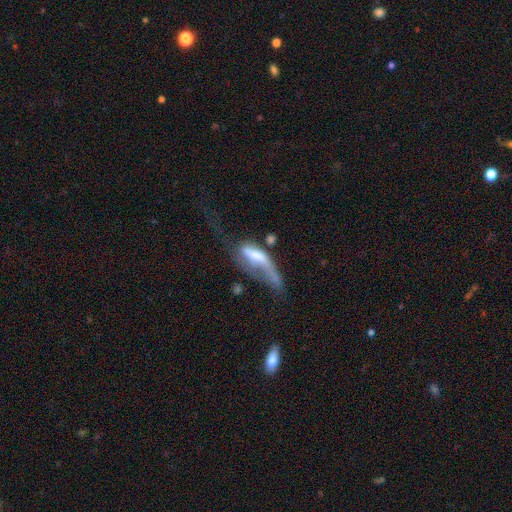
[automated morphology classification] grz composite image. It shows a featured or disk galaxy (52%). Merging: major disturbance (54%).